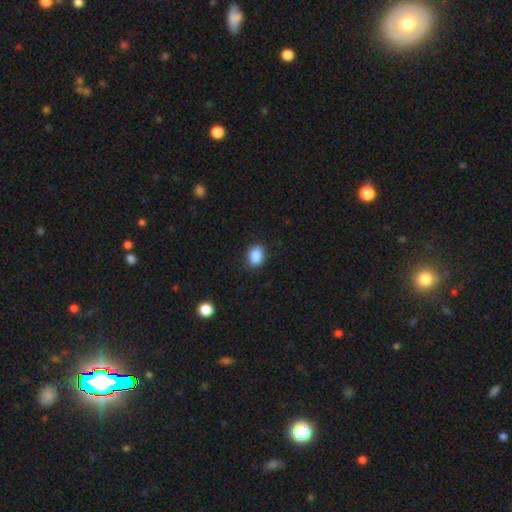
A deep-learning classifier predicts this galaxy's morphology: smooth-or-featured: smooth: 88% | star or artifact: 9% | featured or disk: 3%
  how-rounded: in between: 71% | round: 28% | cigar-shaped: 1%
  merging: none: 85% | minor disturbance: 12% | major disturbance: 3% | merger: 1%